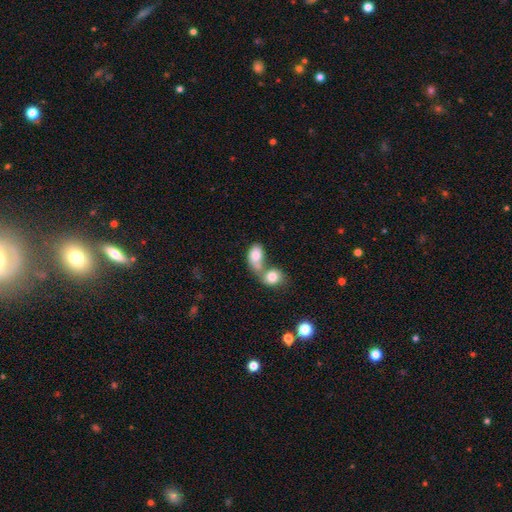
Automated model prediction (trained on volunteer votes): Smooth or featured?
  - smooth: 81% *
  - featured or disk: 12%
  - star or artifact: 7%
How rounded?
  - in between: 80% *
  - round: 18%
  - cigar-shaped: 2%
Merging?
  - merger: 72% *
  - none: 16%
  - minor disturbance: 6%
  - major disturbance: 5%